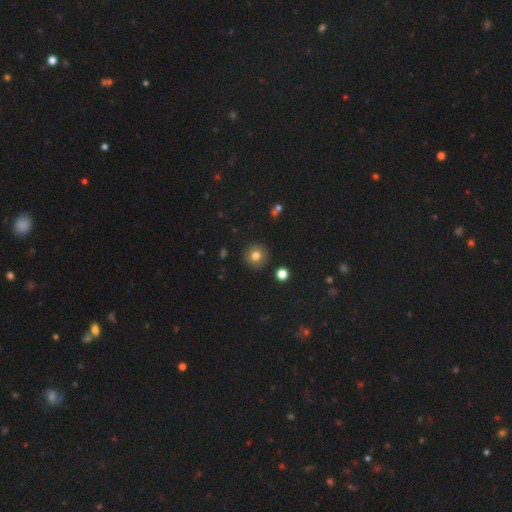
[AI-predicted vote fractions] smooth_or_featured: smooth (p=0.79) [alt: star or artifact p=0.11]
how_rounded: round (p=0.94) [alt: in between p=0.05]
merging: none (p=0.90) [alt: minor disturbance p=0.06]